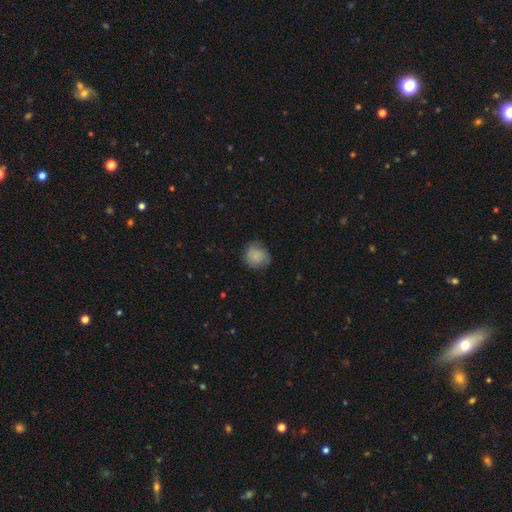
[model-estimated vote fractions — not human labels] The model was most divided on "merging": none: 73%, minor disturbance: 21%, major disturbance: 5%, merger: 1%. More confident: smooth or featured — smooth (85%); how rounded — round (84%).